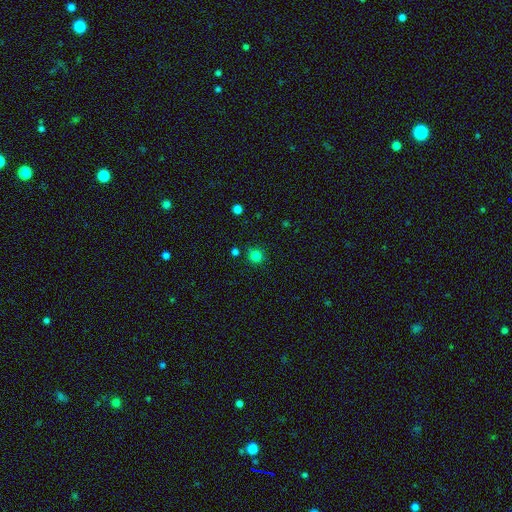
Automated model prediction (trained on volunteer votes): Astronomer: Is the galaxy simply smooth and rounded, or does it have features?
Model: smooth — 81%.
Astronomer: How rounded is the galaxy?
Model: round — 92%.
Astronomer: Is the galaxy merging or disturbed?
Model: none — 84%.